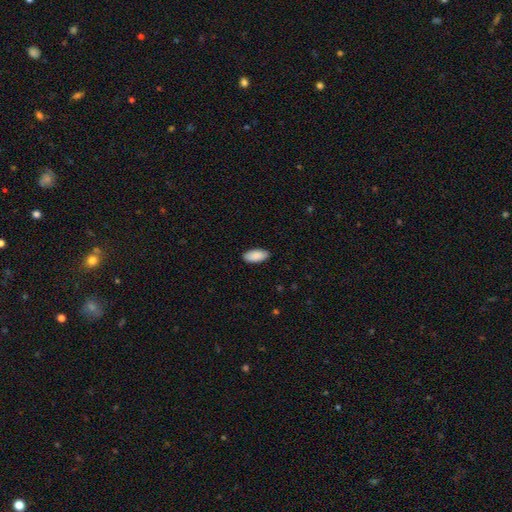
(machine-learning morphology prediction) Smooth or featured: smooth — 91% (star or artifact — 6%)
How rounded: in between — 92% (cigar-shaped — 6%)
Merging: none — 88% (minor disturbance — 9%)